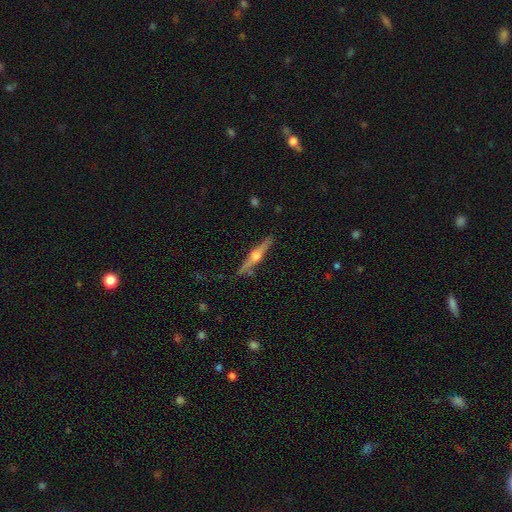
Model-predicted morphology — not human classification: smooth-or-featured: featured or disk: 76% | smooth: 18% | star or artifact: 6%
  disk-edge-on: yes: 98% | no: 2%
    edge-on-bulge: rounded: 94% | boxy: 4% | none: 3%
  merging: none: 86% | minor disturbance: 10% | major disturbance: 2% | merger: 2%